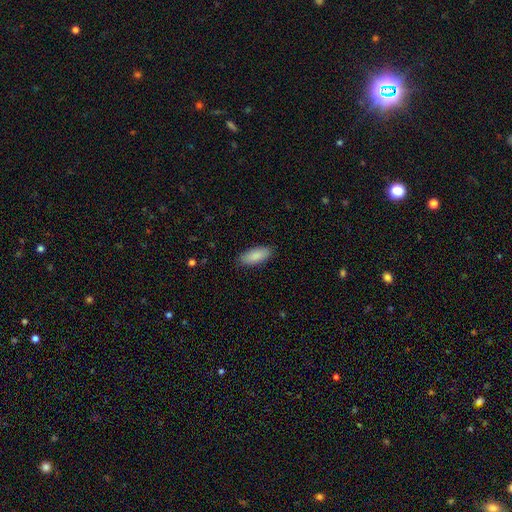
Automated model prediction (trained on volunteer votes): A smooth galaxy with no disk features (89%) that is in between round and cigar-shaped (82%).

Vote fractions:
- Smooth or featured? smooth: 89% / featured or disk: 6% / star or artifact: 6%
- How rounded? in between: 82% / cigar-shaped: 16% / round: 2%
- Merging? none: 87% / minor disturbance: 10% / major disturbance: 2% / merger: 1%